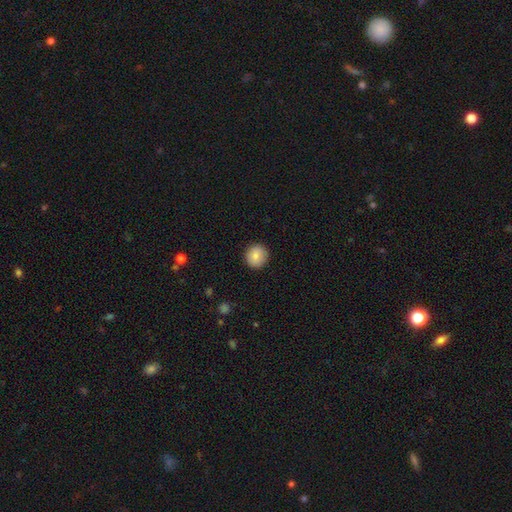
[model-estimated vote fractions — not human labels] The model was most divided on "smooth or featured": smooth: 83%, featured or disk: 9%, star or artifact: 8%. More confident: how rounded — round (93%); merging — none (90%).